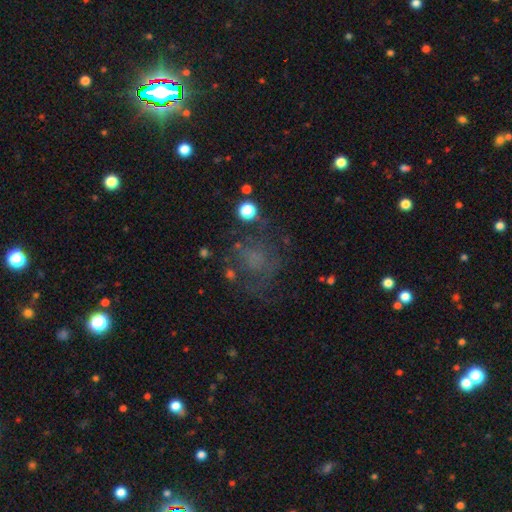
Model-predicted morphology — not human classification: Smooth or featured: smooth — 38% (featured or disk — 36%)
Merging: none — 58% (major disturbance — 21%)